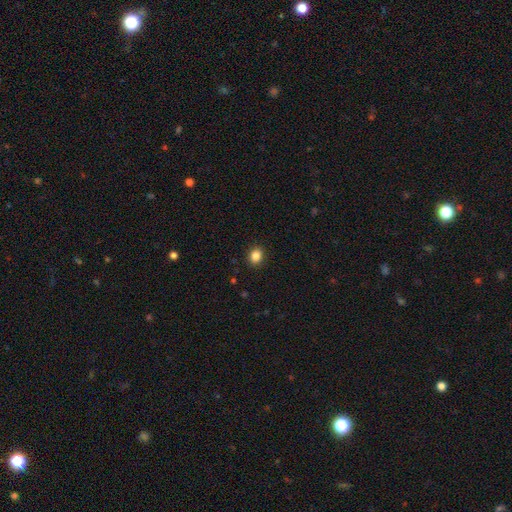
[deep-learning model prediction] smooth 86%, star or artifact 10%, featured or disk 4%. Down the decision tree: how rounded — round (62%); merging — none (91%).